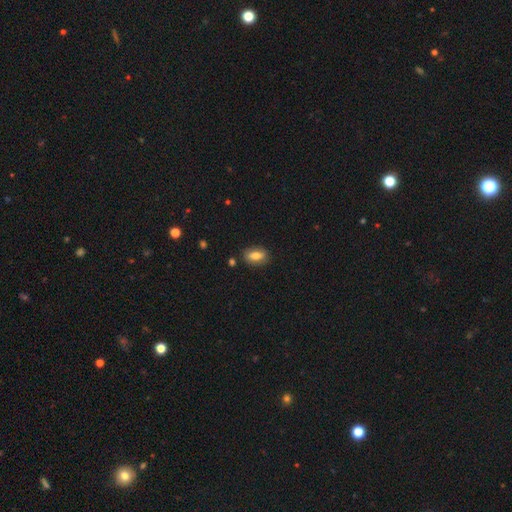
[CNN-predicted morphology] The model was most divided on "smooth or featured": smooth: 73%, featured or disk: 20%, star or artifact: 8%. More confident: merging — none (84%); how rounded — in between (83%).